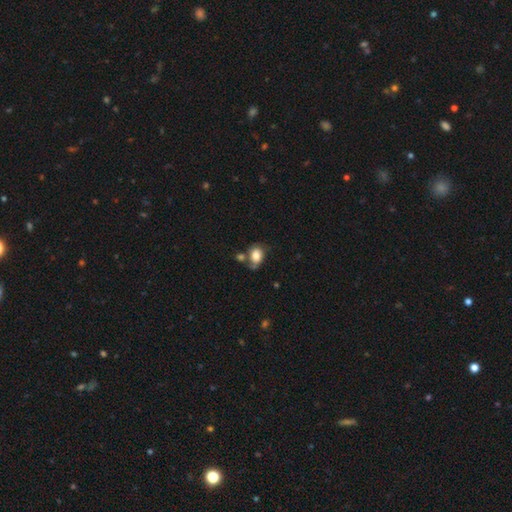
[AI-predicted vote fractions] This appears to be a smooth galaxy with no disk features (77%) that is in between round and cigar-shaped (61%). Merging: none (42%).